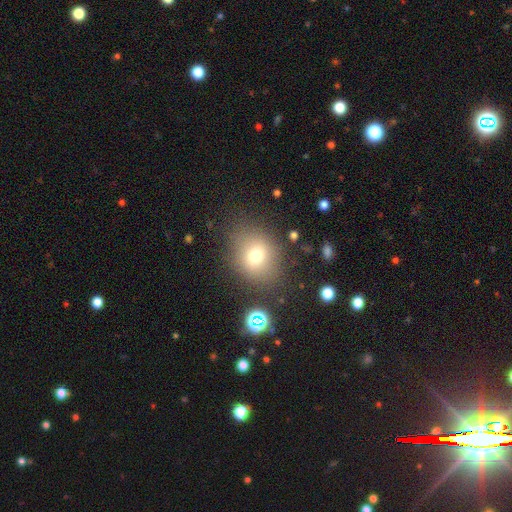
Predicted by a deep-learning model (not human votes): Q: Smooth or featured?
A: smooth (70%); runner-up: star or artifact (15%)
Q: How rounded?
A: round (60%); runner-up: in between (39%)
Q: Merging?
A: none (77%); runner-up: minor disturbance (13%)